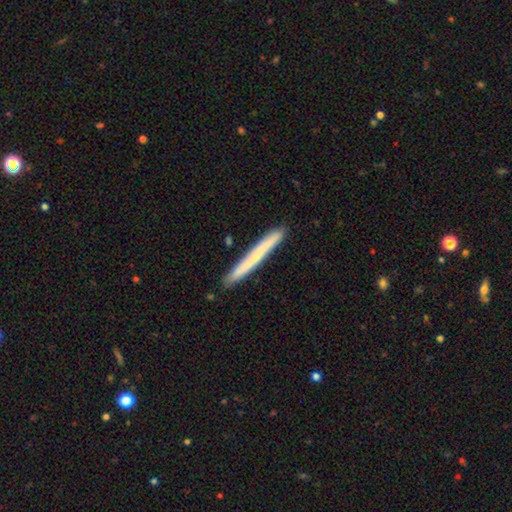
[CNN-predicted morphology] This is possibly a smooth galaxy (58%). How rounded: clearly cigar-shaped (97%). Merging: clearly none (90%).